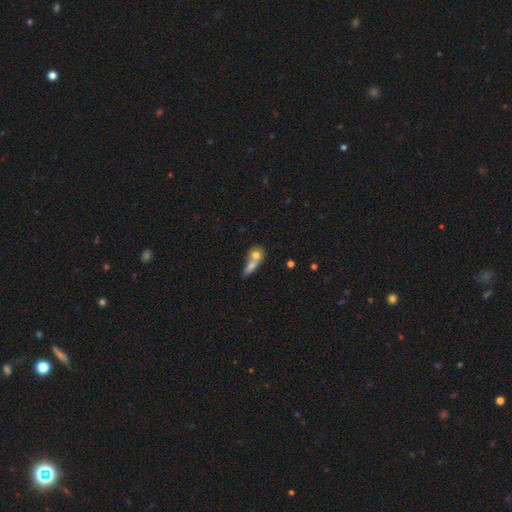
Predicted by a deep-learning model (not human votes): Q: Smooth or featured?
A: smooth (72%); runner-up: featured or disk (20%)
Q: How rounded?
A: round (44%); runner-up: in between (41%)
Q: Merging?
A: merger (62%); runner-up: none (24%)